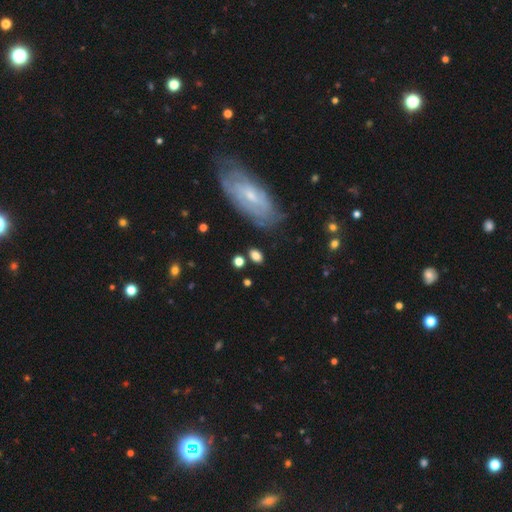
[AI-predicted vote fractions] smooth-or-featured: smooth: 77% | featured or disk: 13% | star or artifact: 10%
  how-rounded: in between: 79% | round: 17% | cigar-shaped: 4%
  merging: none: 77% | minor disturbance: 14% | major disturbance: 5% | merger: 4%